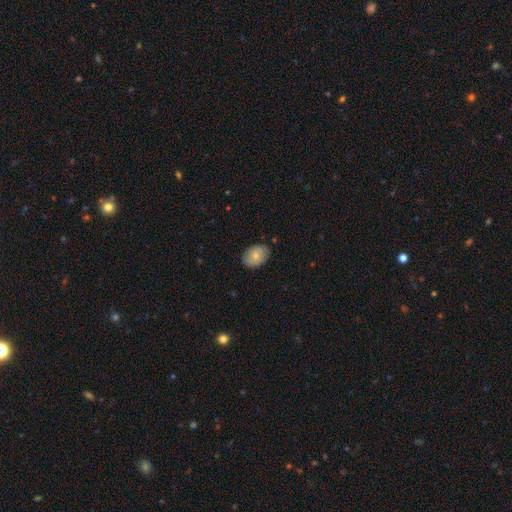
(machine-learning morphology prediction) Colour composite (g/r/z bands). It shows a smooth galaxy with no disk features (76%) that is in between round and cigar-shaped (78%). Merging: none (84%).